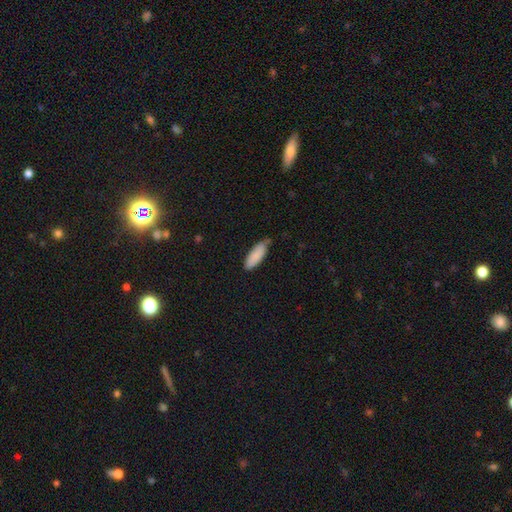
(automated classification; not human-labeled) Smooth or featured? smooth (87%)
How rounded? in between (68%)
Merging? none (64%)